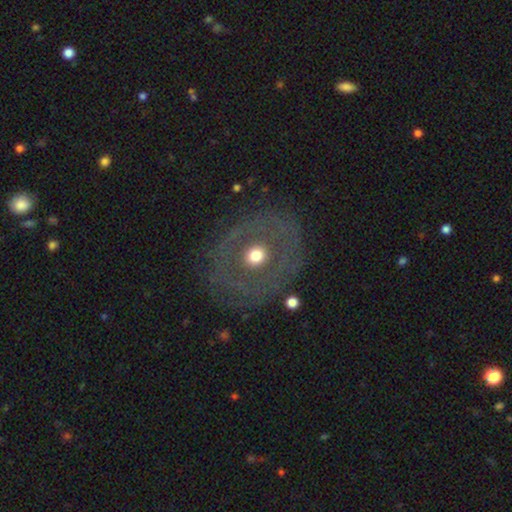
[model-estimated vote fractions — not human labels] A featured or disk galaxy (53%) with no bar (89%), no spiral arms (73%) and a moderate central bulge (66%).

Vote fractions:
- Smooth or featured? featured or disk: 53% / smooth: 37% / star or artifact: 10%
- Edge-on disk? no: 94% / yes: 6%
- Bar? no: 89% / weak: 8% / strong: 3%
- Spiral arms? no: 73% / yes: 27%
- Bulge size? moderate: 66% / small: 18% / large: 13% / dominant: 2% / none: 1%
- Merging? none: 76% / minor disturbance: 12% / major disturbance: 10% / merger: 2%